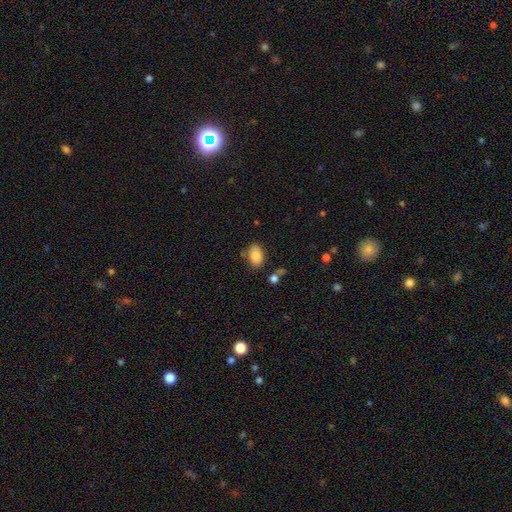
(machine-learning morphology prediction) smooth 86%, star or artifact 8%, featured or disk 7%. Down the decision tree: how rounded — in between (88%); merging — none (75%).